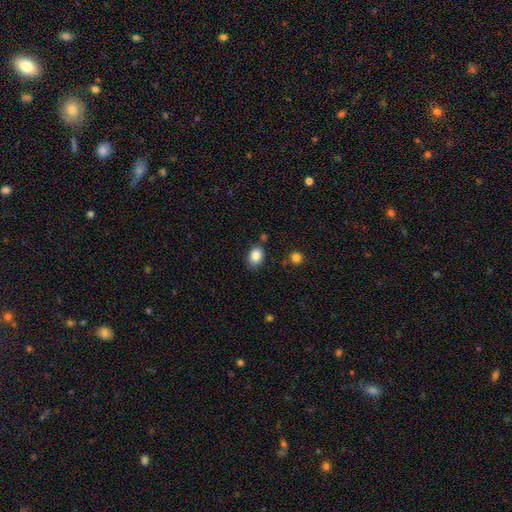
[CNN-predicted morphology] Smooth or featured: smooth — 85% (star or artifact — 9%)
How rounded: in between — 70% (round — 29%)
Merging: none — 81% (minor disturbance — 12%)